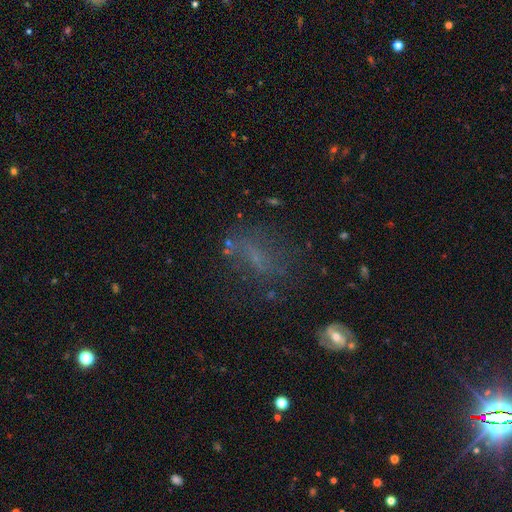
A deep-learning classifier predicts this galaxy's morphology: type=smooth (37%); merging=none (51%).